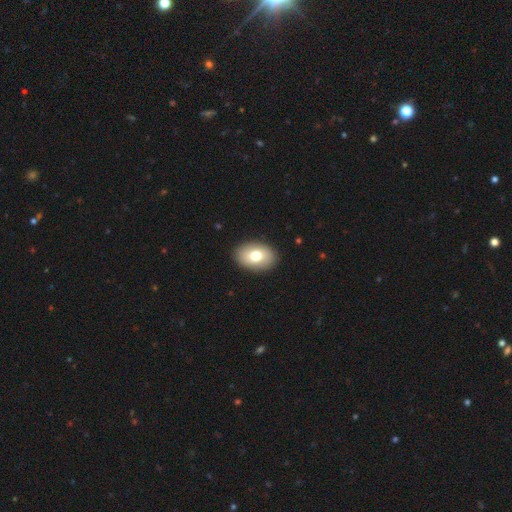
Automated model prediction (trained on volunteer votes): smooth_or_featured: smooth (p=0.75) [alt: featured or disk p=0.17]
how_rounded: in between (p=0.84) [alt: round p=0.15]
merging: none (p=0.90) [alt: minor disturbance p=0.07]